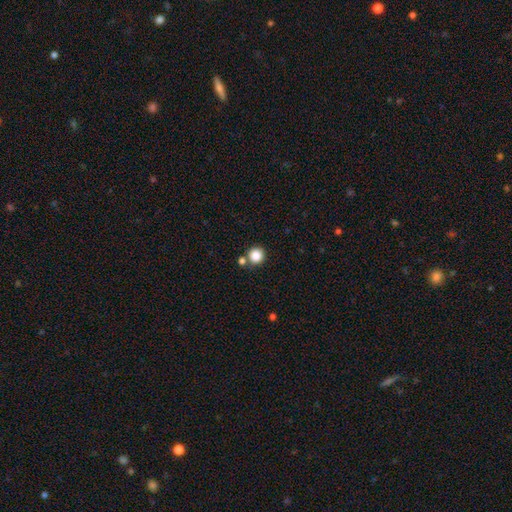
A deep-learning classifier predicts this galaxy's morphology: A smooth galaxy with no disk features (86%) that is round (94%). Merging: none (76%).